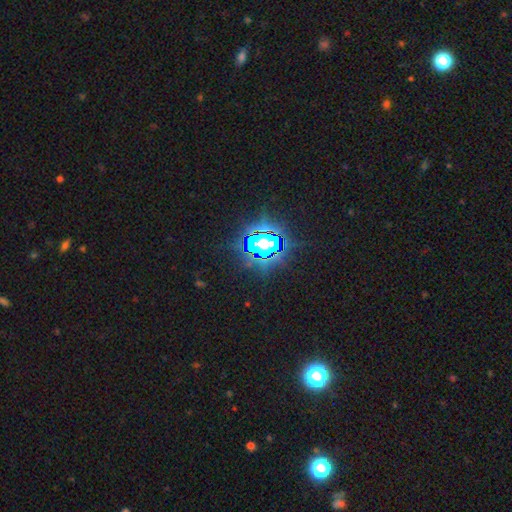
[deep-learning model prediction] A star or artifact, not a galaxy (83%).